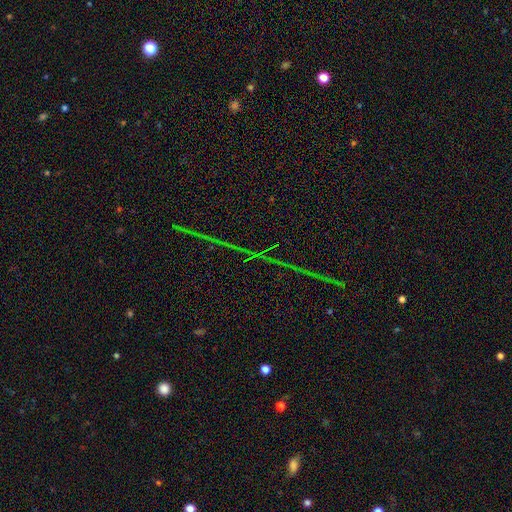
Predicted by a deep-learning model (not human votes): Smooth or featured?
  - star or artifact: 81% *
  - featured or disk: 11%
  - smooth: 8%